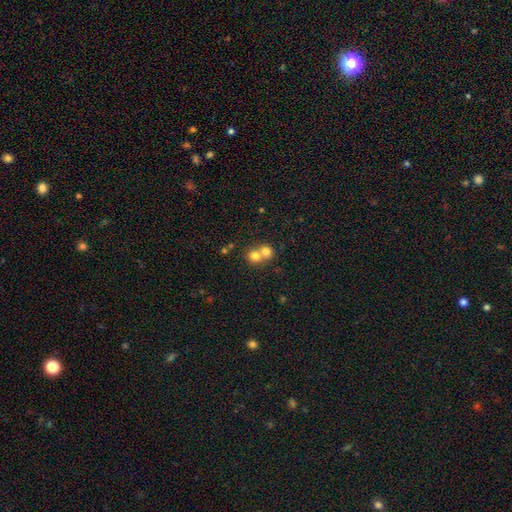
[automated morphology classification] A smooth galaxy with no disk features (74%) that is round (81%). Merging: merger (65%).